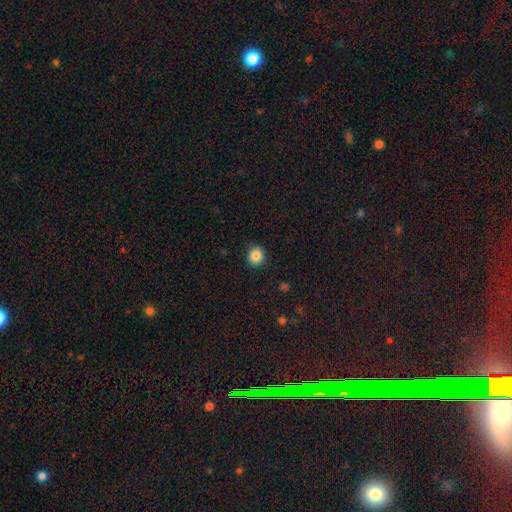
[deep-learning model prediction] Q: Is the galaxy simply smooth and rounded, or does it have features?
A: smooth — 86%.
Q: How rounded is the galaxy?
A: round — 85%.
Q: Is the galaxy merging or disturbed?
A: none — 89%.